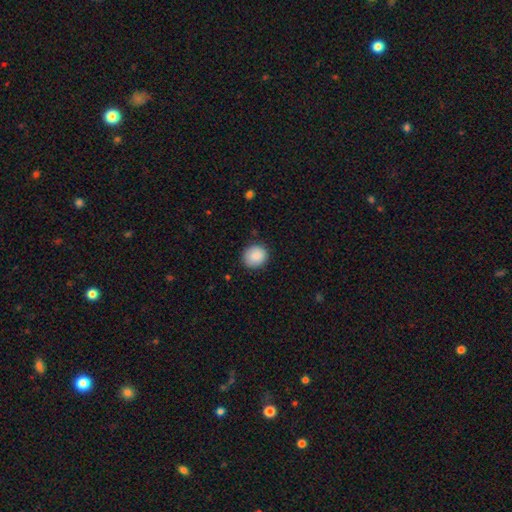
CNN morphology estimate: A smooth galaxy with no disk features (89%) that is round (84%). Merging: none (88%).